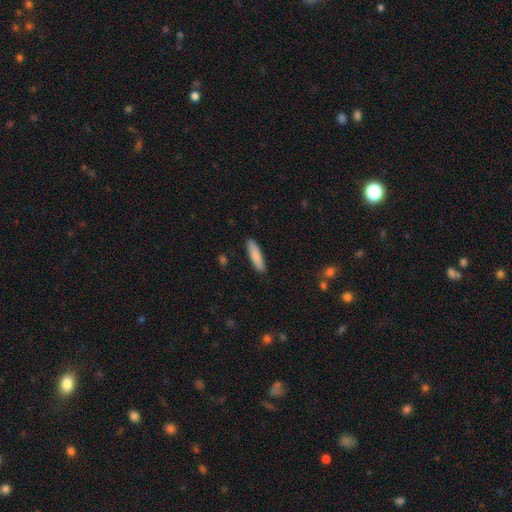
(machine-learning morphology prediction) smooth-or-featured: smooth: 86% | featured or disk: 8% | star or artifact: 6%
  how-rounded: cigar-shaped: 76% | in between: 23% | round: 1%
  merging: none: 89% | minor disturbance: 8% | major disturbance: 2% | merger: 1%